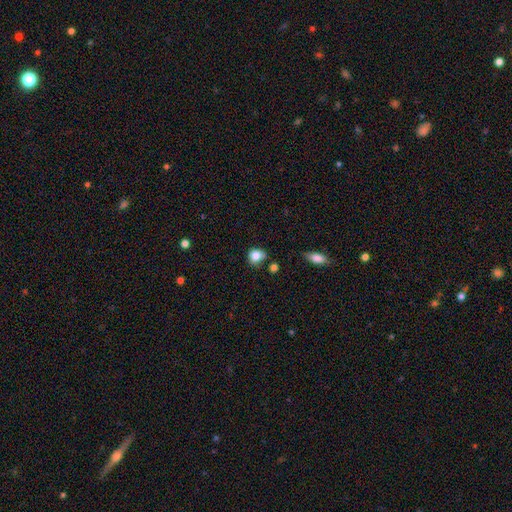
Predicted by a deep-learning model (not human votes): Morphology: type=smooth (81%); roundness=round (66%); merging=none (52%).